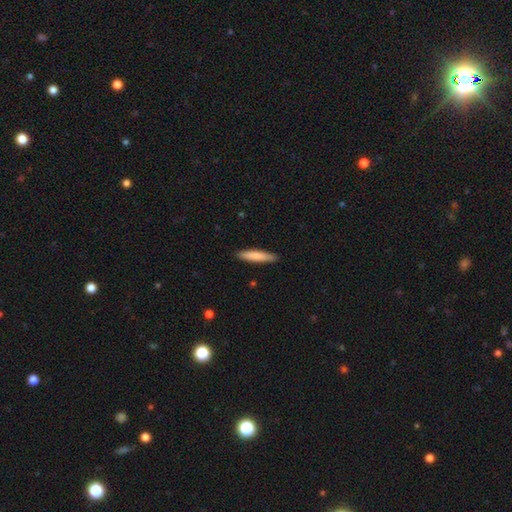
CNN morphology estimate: A smooth galaxy with no disk features (81%) that is cigar-shaped (87%).

Vote fractions:
- Smooth or featured? smooth: 81% / featured or disk: 14% / star or artifact: 5%
- How rounded? cigar-shaped: 87% / in between: 12% / round: 1%
- Merging? none: 88% / minor disturbance: 9% / major disturbance: 2% / merger: 1%